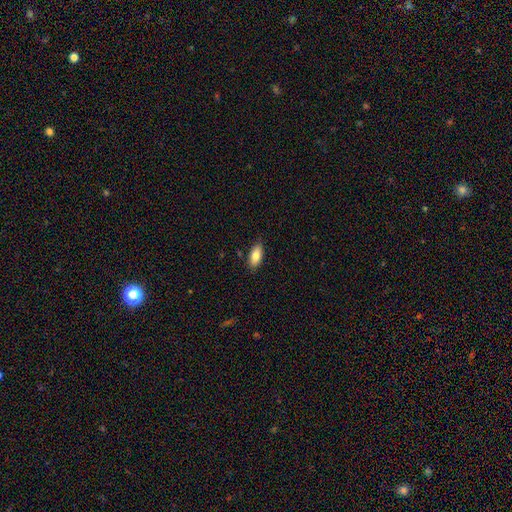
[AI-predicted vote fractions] A smooth galaxy with no disk features (81%) that is in between round and cigar-shaped (86%).

Vote fractions:
- Smooth or featured? smooth: 81% / featured or disk: 12% / star or artifact: 7%
- How rounded? in between: 86% / cigar-shaped: 11% / round: 2%
- Merging? none: 86% / minor disturbance: 11% / major disturbance: 2% / merger: 1%